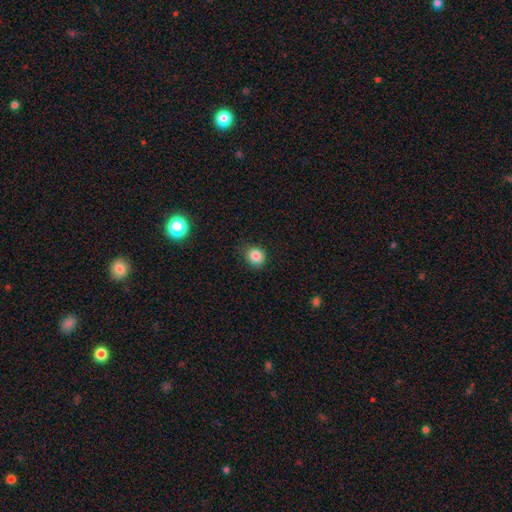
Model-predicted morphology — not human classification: Overall: smooth (84%). How rounded: round (81%). Merging: none (83%).